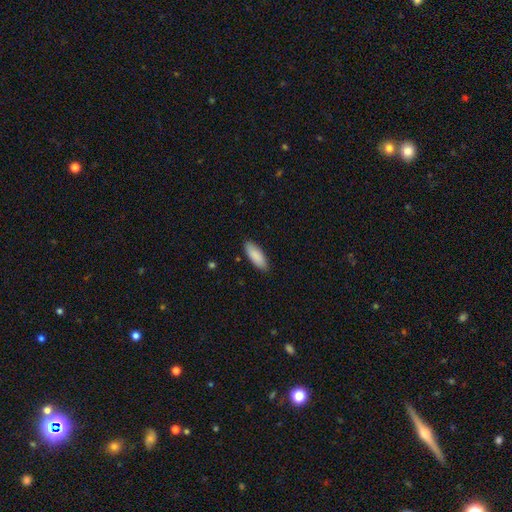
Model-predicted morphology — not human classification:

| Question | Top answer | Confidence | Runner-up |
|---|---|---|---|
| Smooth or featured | smooth | 89% | featured or disk (6%) |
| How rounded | in between | 70% | cigar-shaped (28%) |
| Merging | none | 87% | minor disturbance (10%) |